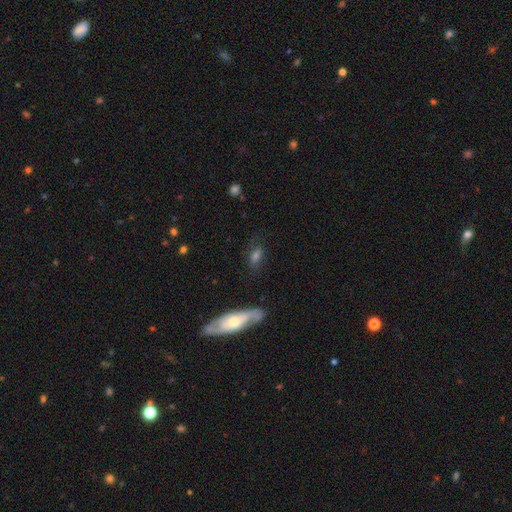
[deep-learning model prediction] A smooth galaxy with no disk features (58%) that is in between round and cigar-shaped (67%). Merging: none (71%).